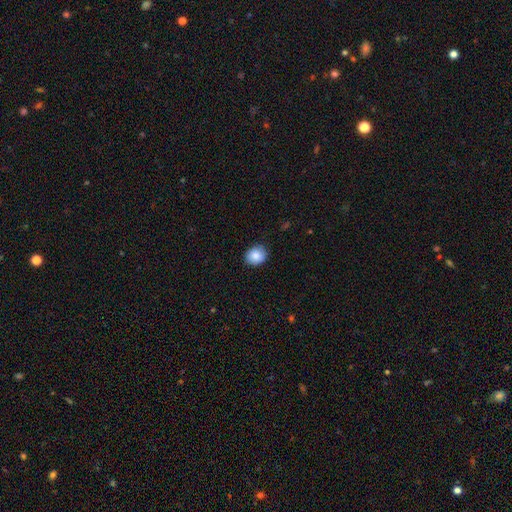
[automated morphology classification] Smooth or featured: smooth — 84% (featured or disk — 8%)
How rounded: round — 68% (in between — 31%)
Merging: none — 85% (minor disturbance — 12%)